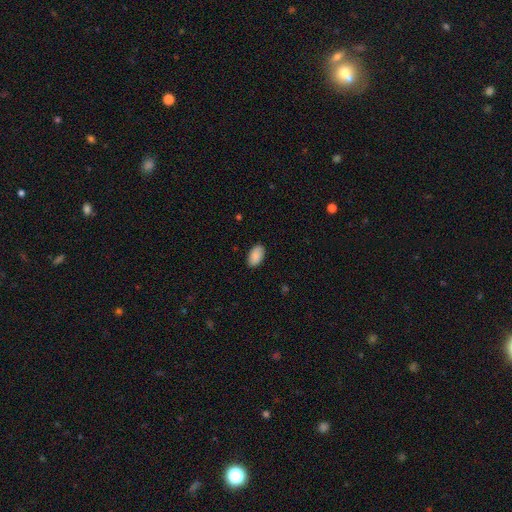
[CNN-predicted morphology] This is clearly a smooth galaxy (89%). How rounded: clearly in between (95%). Merging: clearly none (88%).